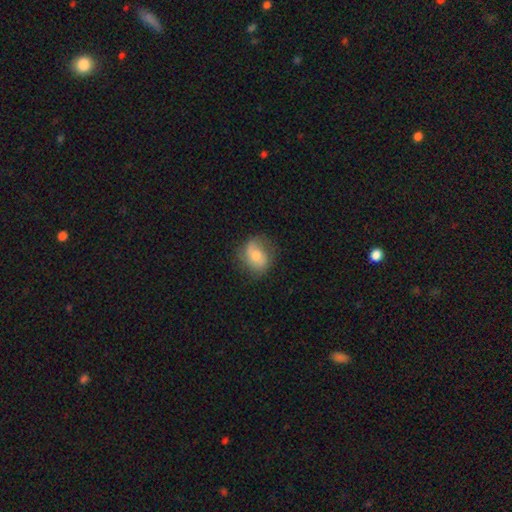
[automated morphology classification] Smooth or featured: smooth — 49% (featured or disk — 42%)
Merging: none — 70% (minor disturbance — 22%)